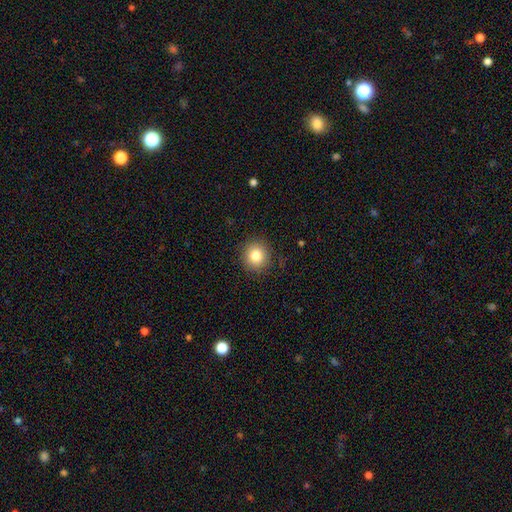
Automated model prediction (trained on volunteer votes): Smooth or featured?
  - smooth: 82% *
  - star or artifact: 10%
  - featured or disk: 7%
How rounded?
  - round: 91% *
  - in between: 8%
  - cigar-shaped: 1%
Merging?
  - none: 89% *
  - minor disturbance: 8%
  - major disturbance: 2%
  - merger: 1%